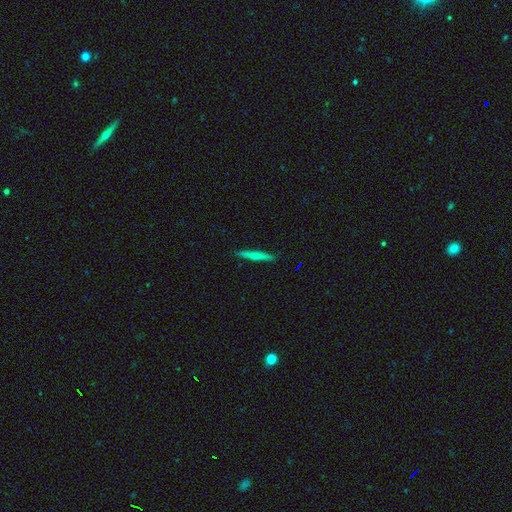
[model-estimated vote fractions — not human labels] The model was most divided on "smooth or featured": smooth: 59%, featured or disk: 35%, star or artifact: 6%. More confident: how rounded — cigar-shaped (94%); merging — none (90%).